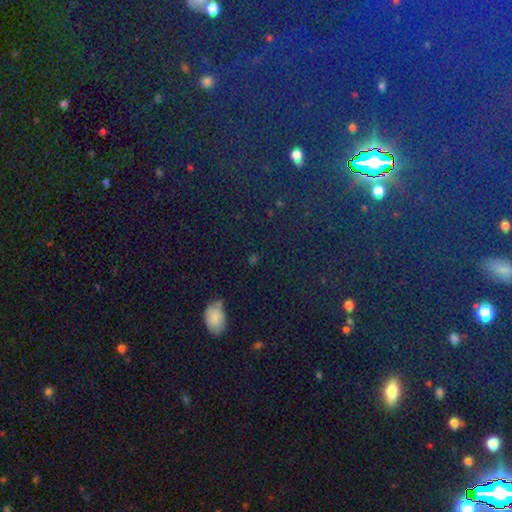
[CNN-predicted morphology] star or artifact 57%, smooth 33%, featured or disk 10%.